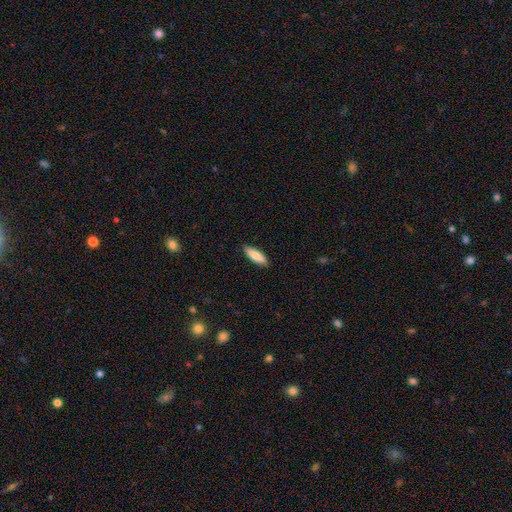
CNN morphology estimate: Smooth or featured? Predicted: smooth (p=0.83). How rounded? Predicted: in between (p=0.52). Merging? Predicted: none (p=0.88).